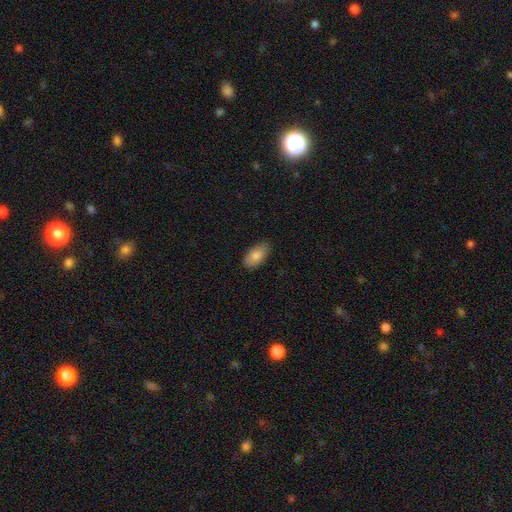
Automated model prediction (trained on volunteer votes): A smooth galaxy with no disk features (84%) that is in between round and cigar-shaped (93%).

Vote fractions:
- Smooth or featured? smooth: 84% / featured or disk: 10% / star or artifact: 7%
- How rounded? in between: 93% / cigar-shaped: 4% / round: 3%
- Merging? none: 81% / minor disturbance: 15% / major disturbance: 2% / merger: 1%